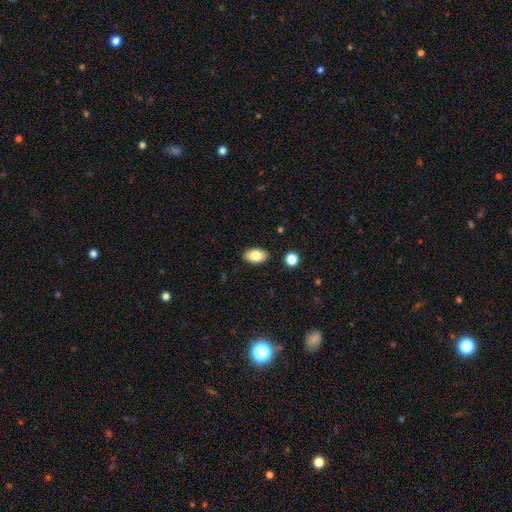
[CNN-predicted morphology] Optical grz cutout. It shows a smooth galaxy with no disk features (82%) that is in between round and cigar-shaped (92%). Merging: none (88%).